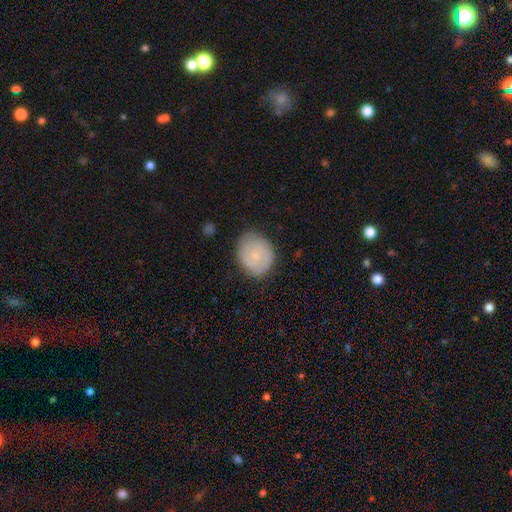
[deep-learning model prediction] This is possibly a featured or disk galaxy (47%). Merging: likely none (77%).